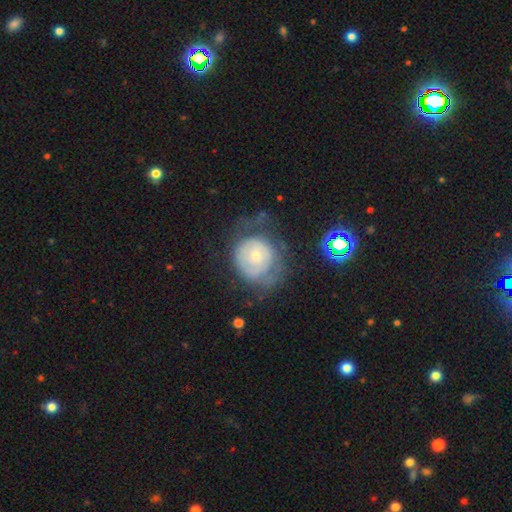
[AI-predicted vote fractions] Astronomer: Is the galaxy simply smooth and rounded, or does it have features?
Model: featured or disk — 46% (runner-up: smooth, 43%).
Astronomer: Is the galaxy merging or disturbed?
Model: none — 41% (runner-up: major disturbance, 29%).